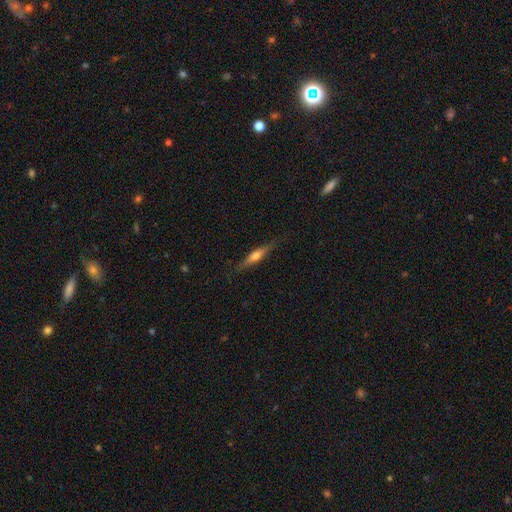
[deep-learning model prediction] smooth-or-featured: featured or disk: 54% | smooth: 40% | star or artifact: 6%
  disk-edge-on: yes: 95% | no: 5%
    edge-on-bulge: rounded: 81% | none: 10% | boxy: 9%
  merging: none: 85% | minor disturbance: 12% | major disturbance: 2% | merger: 1%